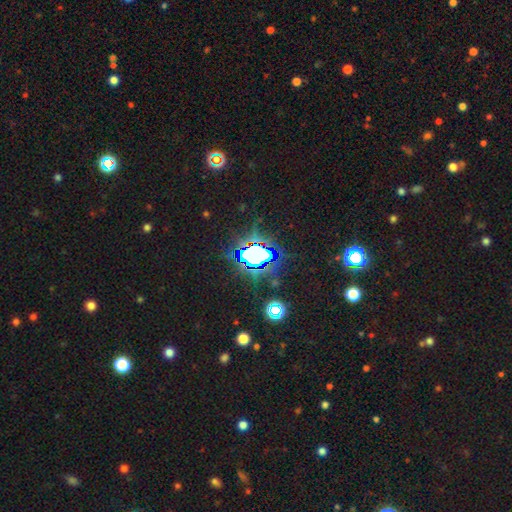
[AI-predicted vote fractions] A star or artifact, not a galaxy (70%).